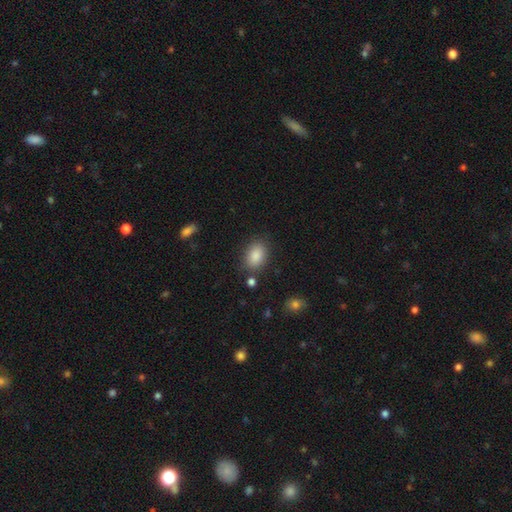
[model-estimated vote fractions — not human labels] The model was most divided on "merging": none: 81%, minor disturbance: 12%, major disturbance: 4%, merger: 3%. More confident: smooth or featured — smooth (87%); how rounded — in between (84%).